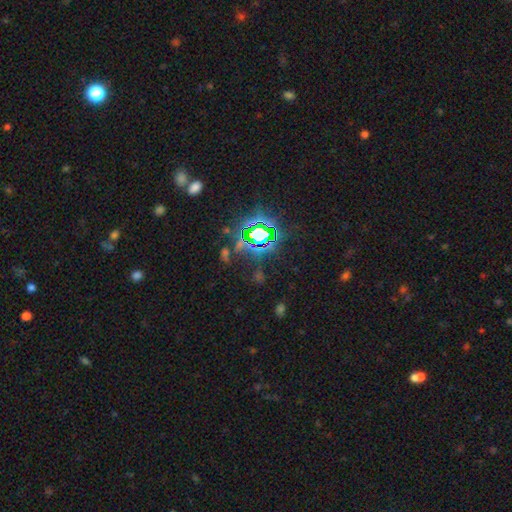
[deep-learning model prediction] smooth-or-featured: star or artifact: 79% | smooth: 14% | featured or disk: 8%